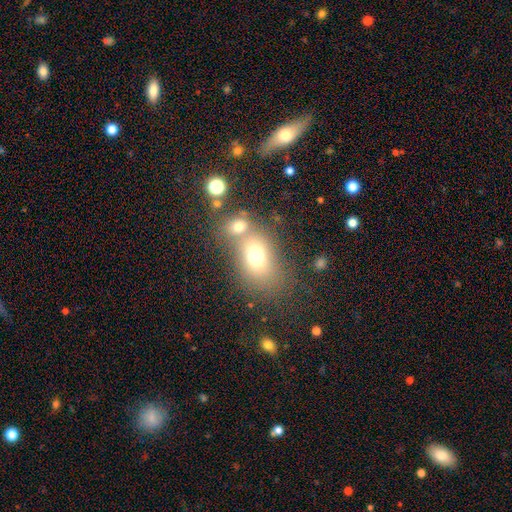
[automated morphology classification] smooth-or-featured: smooth: 70% | featured or disk: 16% | star or artifact: 13%
  how-rounded: in between: 76% | round: 22% | cigar-shaped: 2%
  merging: none: 42% | merger: 40% | minor disturbance: 11% | major disturbance: 7%